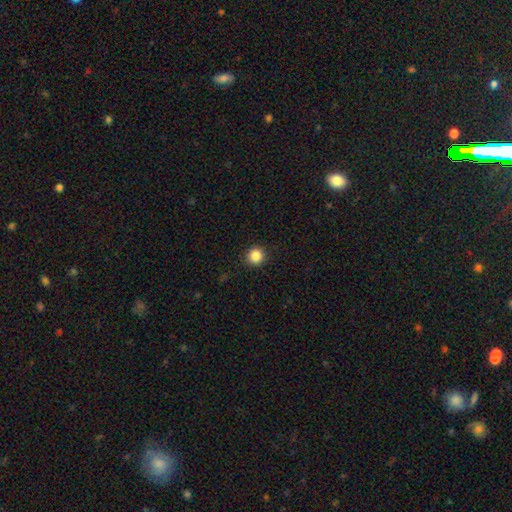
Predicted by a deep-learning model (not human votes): smooth 87%, star or artifact 10%, featured or disk 3%. Down the decision tree: how rounded — round (94%); merging — none (92%).